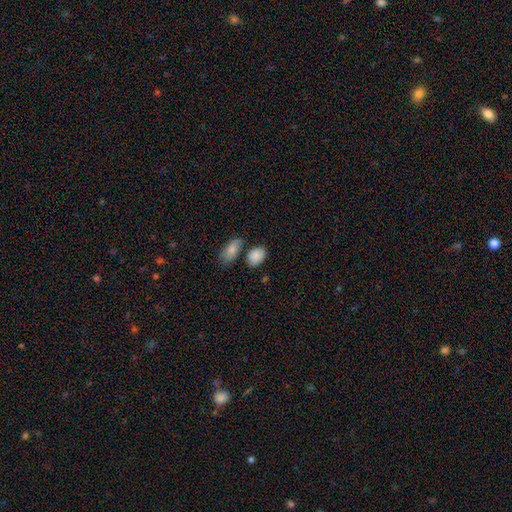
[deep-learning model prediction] This is clearly a smooth galaxy (87%). How rounded: clearly in between (86%). Merging: likely none (70%).